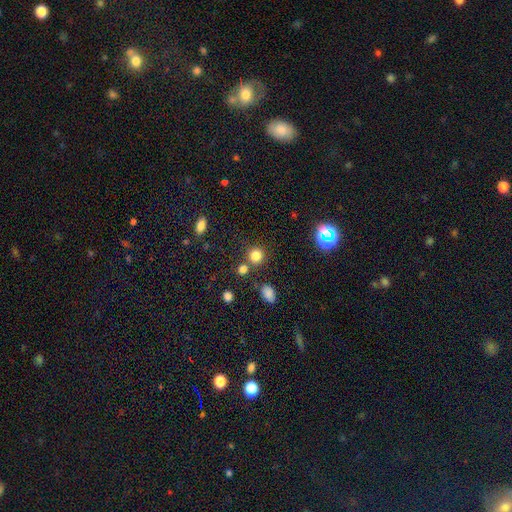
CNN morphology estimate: type=smooth (78%); roundness=round (88%); merging=none (76%).